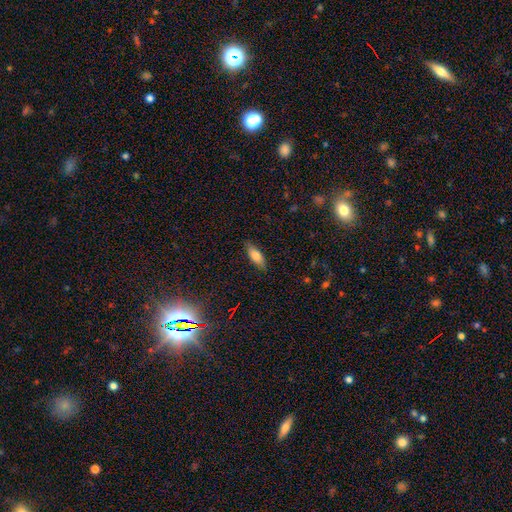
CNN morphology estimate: Overall: smooth (75%). How rounded: in between (68%; cigar-shaped 29%). Merging: none (85%).